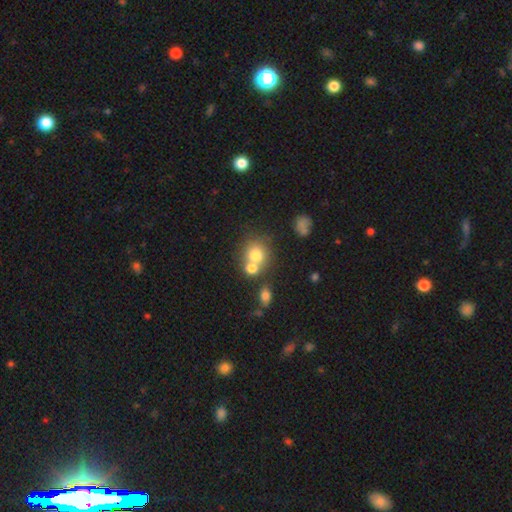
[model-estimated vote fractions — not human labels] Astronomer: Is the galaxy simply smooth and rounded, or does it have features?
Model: smooth — 74%.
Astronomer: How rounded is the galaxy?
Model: round — 78%.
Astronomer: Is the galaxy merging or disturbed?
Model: merger — 45% (runner-up: none, 42%).